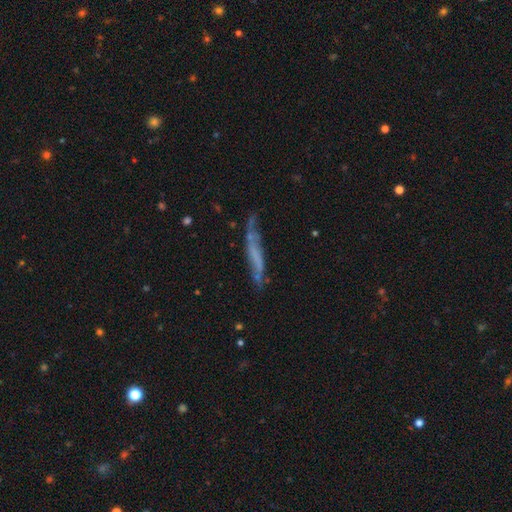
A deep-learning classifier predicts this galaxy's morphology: smooth_or_featured: featured or disk (p=0.54) [alt: smooth p=0.38]
disk_edge_on: yes (p=0.56) [alt: no p=0.44]
merging: none (p=0.51) [alt: minor disturbance p=0.29]